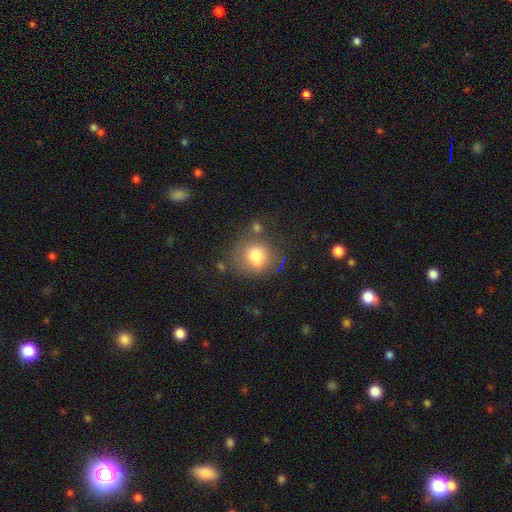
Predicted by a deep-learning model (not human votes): Q: Smooth or featured?
A: smooth (77%); runner-up: featured or disk (12%)
Q: How rounded?
A: round (77%); runner-up: in between (22%)
Q: Merging?
A: none (63%); runner-up: minor disturbance (19%)